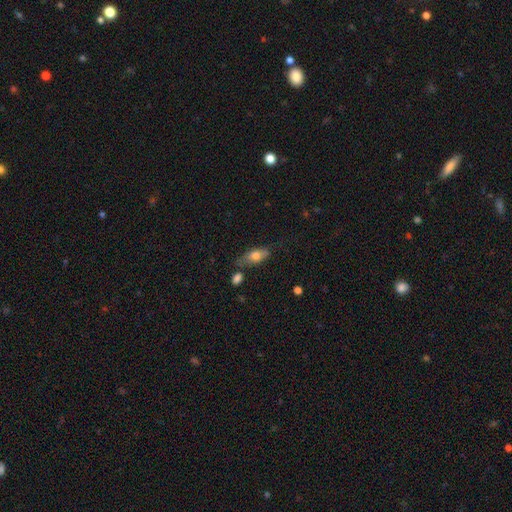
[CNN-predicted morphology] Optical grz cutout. It shows a smooth galaxy with no disk features (68%) that is in between round and cigar-shaped (77%). Merging: none (60%).